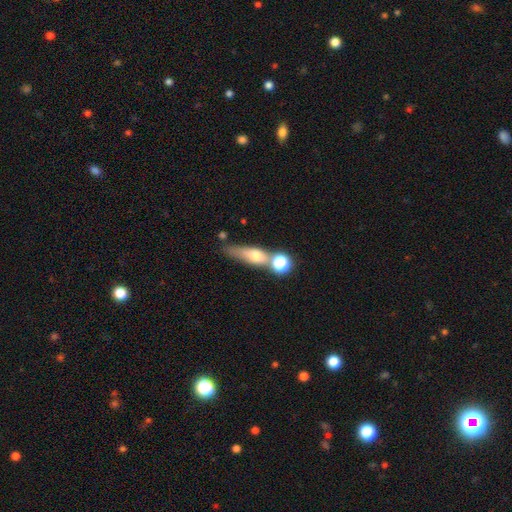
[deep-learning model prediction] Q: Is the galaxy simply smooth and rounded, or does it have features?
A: smooth — 58%.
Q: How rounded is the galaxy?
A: cigar-shaped — 47%.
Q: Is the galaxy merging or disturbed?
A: none — 46%.